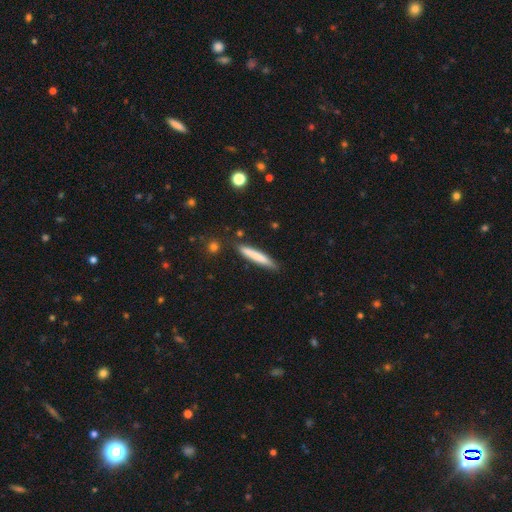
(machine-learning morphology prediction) Q: Smooth or featured?
A: smooth (73%); runner-up: featured or disk (21%)
Q: How rounded?
A: cigar-shaped (94%); runner-up: in between (5%)
Q: Merging?
A: none (84%); runner-up: minor disturbance (12%)